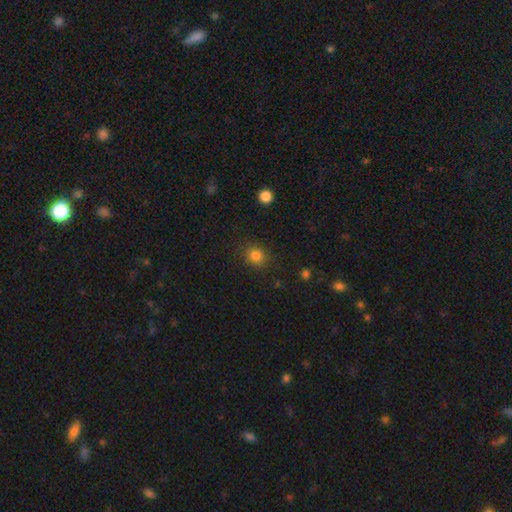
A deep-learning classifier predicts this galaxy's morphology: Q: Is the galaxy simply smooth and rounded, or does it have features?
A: smooth — 82%.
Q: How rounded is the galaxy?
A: round — 82%.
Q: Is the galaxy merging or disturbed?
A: none — 88%.